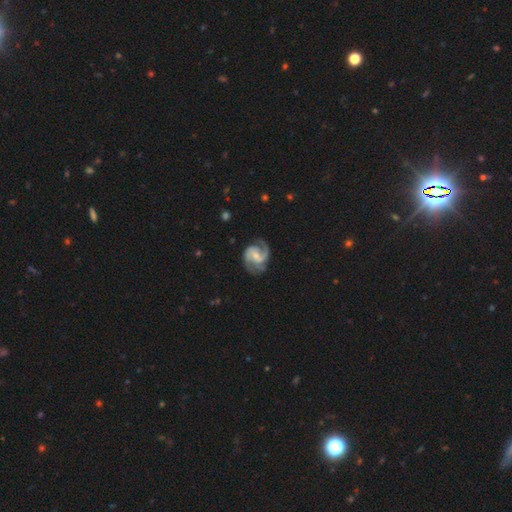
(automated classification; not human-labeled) A featured or disk galaxy (92%) with a weak bar (46%), 2 (83%) medium (57%) spiral arms (98%) and a small central bulge (54%).

Vote fractions:
- Smooth or featured? featured or disk: 92% / smooth: 4% / star or artifact: 4%
- Edge-on disk? no: 98% / yes: 2%
- Bar? weak: 46% / no: 37% / strong: 17%
- Spiral arms? yes: 98% / no: 2%
- Spiral winding? medium: 57% / tight: 30% / loose: 13%
- Spiral arm count? 2: 83% / 3: 9% / can't tell: 3% / 1: 2% / 4: 2% / more than 4: 2%
- Bulge size? small: 54% / moderate: 39% / none: 4% / large: 2% / dominant: 1%
- Merging? none: 75% / minor disturbance: 17% / major disturbance: 7% / merger: 1%